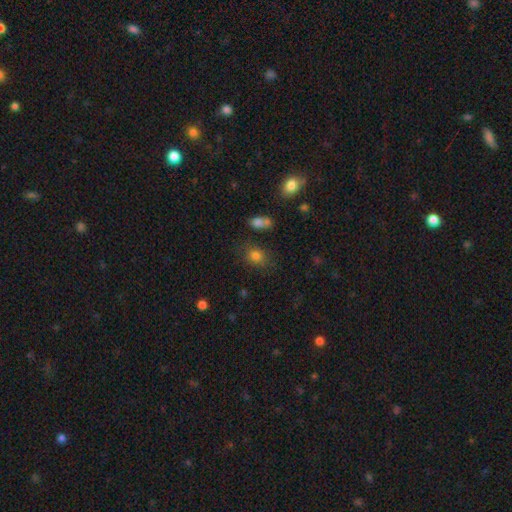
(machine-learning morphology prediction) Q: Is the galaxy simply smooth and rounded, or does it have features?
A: smooth — 79%.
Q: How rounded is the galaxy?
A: round — 52%.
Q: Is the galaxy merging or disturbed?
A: none — 75%.